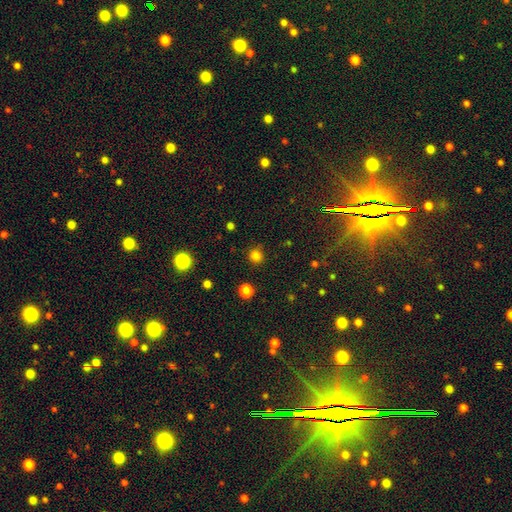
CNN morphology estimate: Q: Smooth or featured?
A: smooth (80%); runner-up: star or artifact (16%)
Q: How rounded?
A: round (93%); runner-up: in between (7%)
Q: Merging?
A: none (88%); runner-up: minor disturbance (8%)